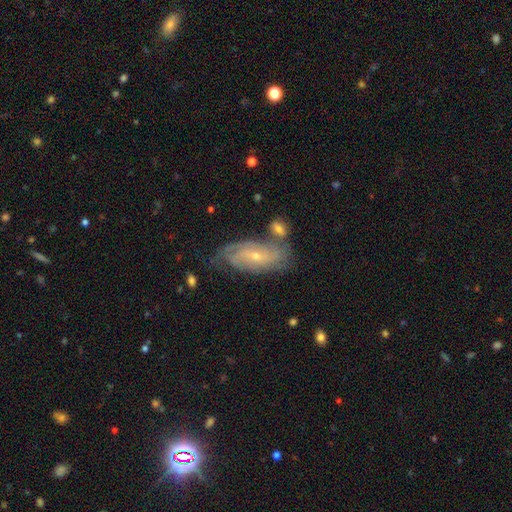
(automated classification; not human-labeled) This appears to be a featured or disk galaxy (75%) with no bar (59%), tight (57%) spiral arms (91%) and a small central bulge (70%). Merging: none (62%).